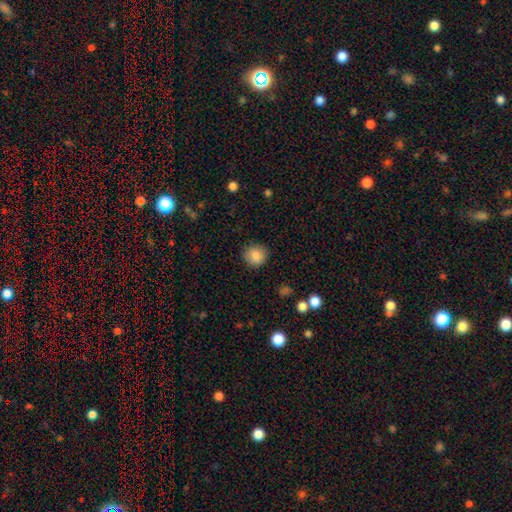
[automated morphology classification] The model was most divided on "smooth or featured": smooth: 85%, star or artifact: 9%, featured or disk: 5%. More confident: how rounded — round (90%); merging — none (88%).